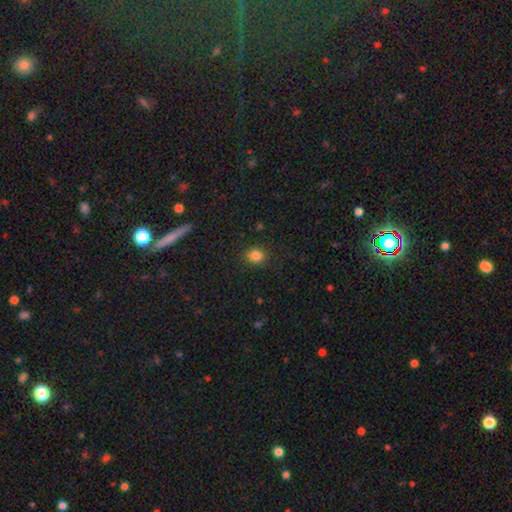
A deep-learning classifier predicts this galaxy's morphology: Smooth or featured?
  - smooth: 84% *
  - star or artifact: 12%
  - featured or disk: 4%
How rounded?
  - round: 77% *
  - in between: 22%
  - cigar-shaped: 1%
Merging?
  - none: 87% *
  - minor disturbance: 9%
  - major disturbance: 3%
  - merger: 1%